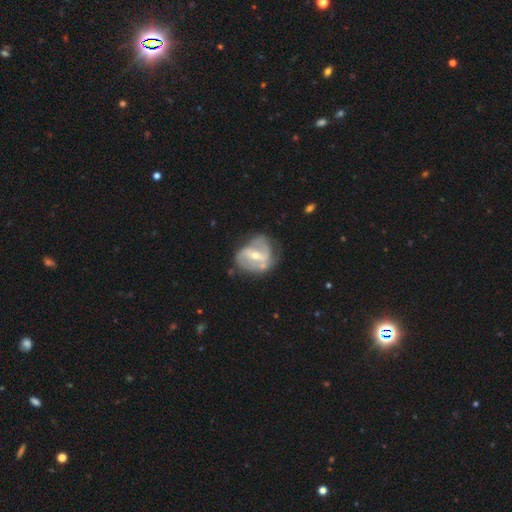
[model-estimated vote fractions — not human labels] Smooth or featured? Predicted: featured or disk (p=0.81). Edge-on disk? Predicted: no (p=0.97). Bar? Predicted: strong (p=0.43). Spiral arms? Predicted: yes (p=0.85). Spiral winding? Predicted: medium (p=0.46). Spiral arm count? Predicted: 2 (p=0.69). Bulge size? Predicted: small (p=0.48, tied with moderate). Merging? Predicted: none (p=0.55).